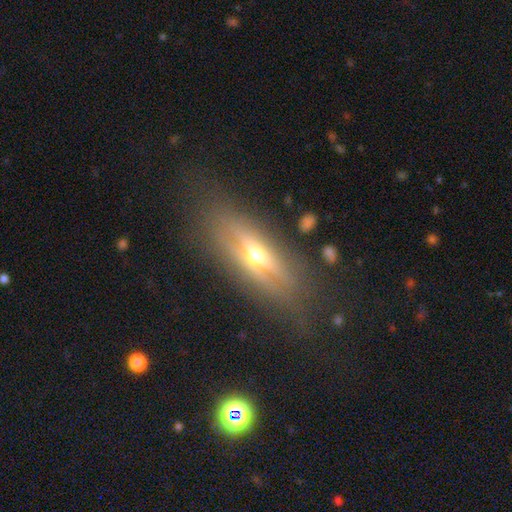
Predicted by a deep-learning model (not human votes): The model was most divided on "smooth or featured": featured or disk: 66%, smooth: 25%, star or artifact: 9%. More confident: edge-on bulge — rounded (92%); edge-on disk — yes (85%); merging — none (75%).